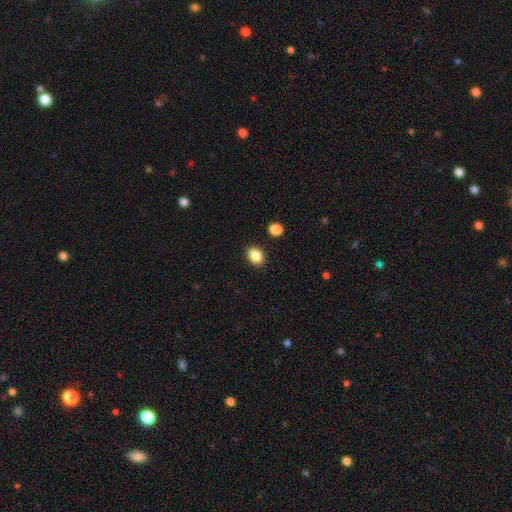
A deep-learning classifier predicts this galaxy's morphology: This appears to be a smooth galaxy with no disk features (87%) that is in between round and cigar-shaped (67%). Merging: none (88%).